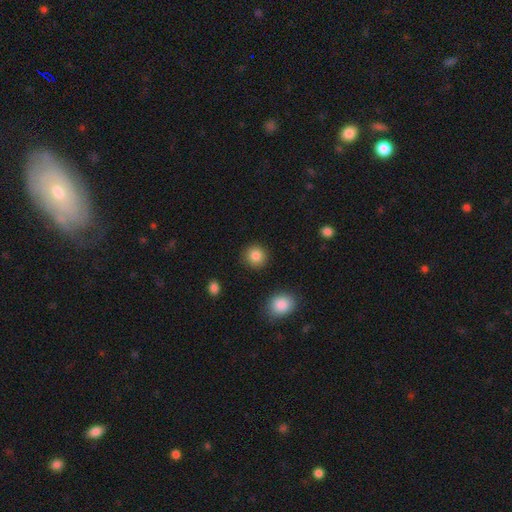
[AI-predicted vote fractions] Overall: smooth (86%). How rounded: round (91%). Merging: none (90%).